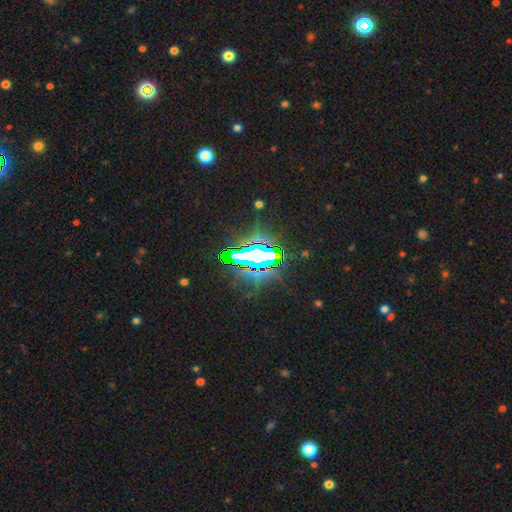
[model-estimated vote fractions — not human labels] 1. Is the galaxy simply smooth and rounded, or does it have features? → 74% star or artifact, 14% featured or disk, 11% smooth.